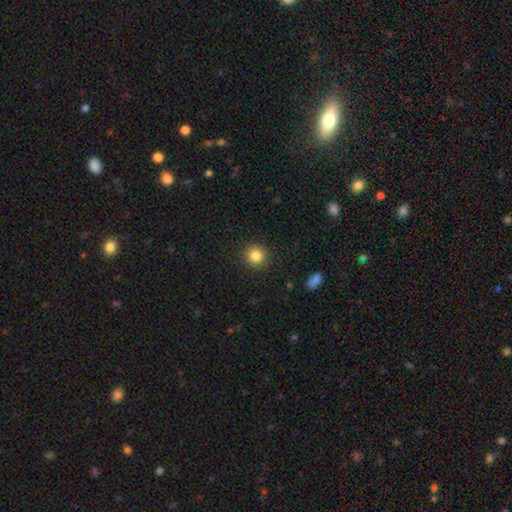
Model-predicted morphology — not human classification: Smooth or featured: smooth — 84% (star or artifact — 11%)
How rounded: round — 93% (in between — 7%)
Merging: none — 90% (minor disturbance — 6%)